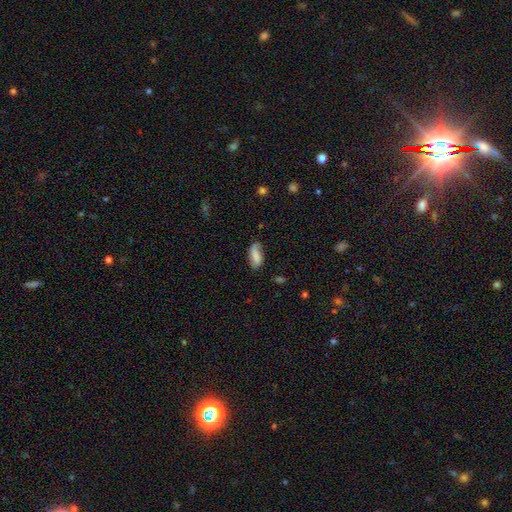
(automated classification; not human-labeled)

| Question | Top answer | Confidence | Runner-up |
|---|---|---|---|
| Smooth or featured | smooth | 73% | featured or disk (20%) |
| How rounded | in between | 83% | cigar-shaped (14%) |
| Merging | none | 64% | minor disturbance (26%) |